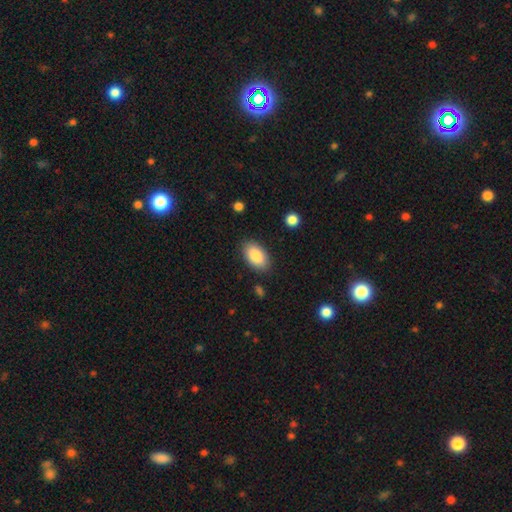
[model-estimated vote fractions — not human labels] Smooth or featured?
  - smooth: 86% *
  - featured or disk: 7%
  - star or artifact: 6%
How rounded?
  - in between: 94% *
  - round: 4%
  - cigar-shaped: 2%
Merging?
  - none: 86% *
  - minor disturbance: 10%
  - major disturbance: 2%
  - merger: 1%